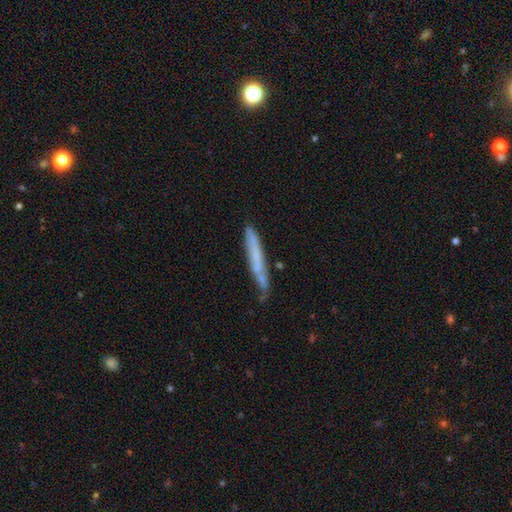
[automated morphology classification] Smooth or featured?
  - smooth: 55% *
  - featured or disk: 38%
  - star or artifact: 8%
How rounded?
  - cigar-shaped: 94% *
  - in between: 4%
  - round: 1%
Merging?
  - none: 62% *
  - minor disturbance: 26%
  - major disturbance: 6%
  - merger: 6%